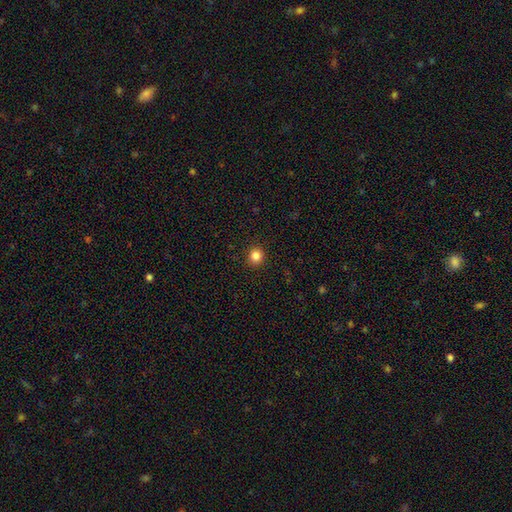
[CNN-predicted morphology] smooth_or_featured: smooth (p=0.84) [alt: star or artifact p=0.12]
how_rounded: round (p=0.89) [alt: in between p=0.10]
merging: none (p=0.92) [alt: minor disturbance p=0.05]